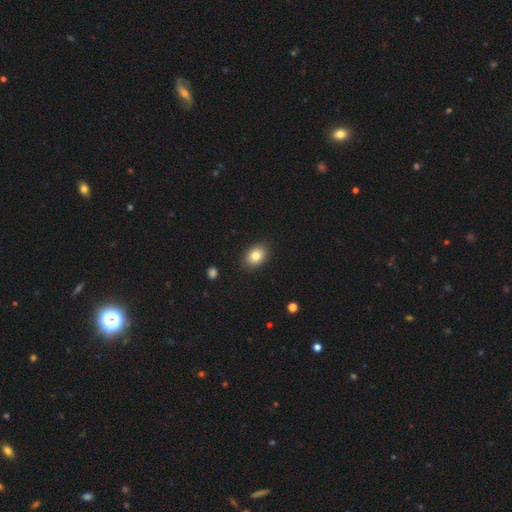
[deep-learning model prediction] Morphology: type=smooth (83%); roundness=in between (72%); merging=none (88%).